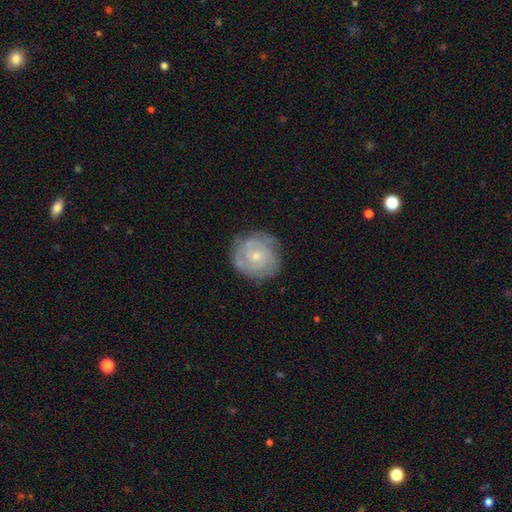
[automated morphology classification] Overall: featured or disk (69%). Edge-on disk: no (98%). Bar: no (78%). Spiral arms: yes (86%). Spiral arm count: can't tell (40%; 2 31%). Spiral winding: tight (71%). Bulge size: small (62%; moderate 33%). Merging: none (76%).